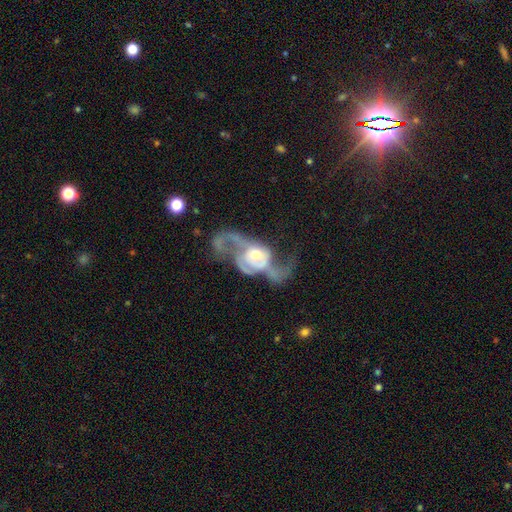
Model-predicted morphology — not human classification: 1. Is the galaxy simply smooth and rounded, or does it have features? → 78% featured or disk, 16% smooth, 6% star or artifact.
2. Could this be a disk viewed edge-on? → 95% no, 5% yes.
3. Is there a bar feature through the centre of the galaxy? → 76% no, 18% weak, 5% strong.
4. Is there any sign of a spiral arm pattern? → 76% yes, 24% no.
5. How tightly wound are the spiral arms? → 55% loose, 33% medium, 12% tight.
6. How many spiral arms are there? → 60% 2, 14% can't tell, 11% 3, 9% 1, 3% 4, 3% more than 4.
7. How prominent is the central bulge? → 65% moderate, 17% small, 15% large, 2% dominant, 2% none.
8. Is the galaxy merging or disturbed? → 57% major disturbance, 19% none, 12% minor disturbance, 12% merger.